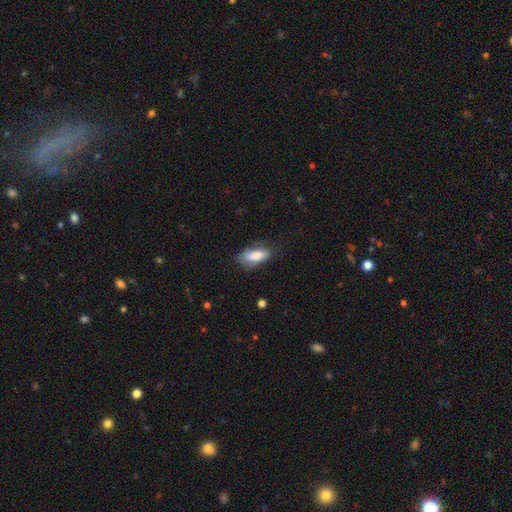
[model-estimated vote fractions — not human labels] Q: Smooth or featured?
A: smooth (81%); runner-up: featured or disk (13%)
Q: How rounded?
A: in between (79%); runner-up: cigar-shaped (18%)
Q: Merging?
A: none (63%); runner-up: minor disturbance (26%)